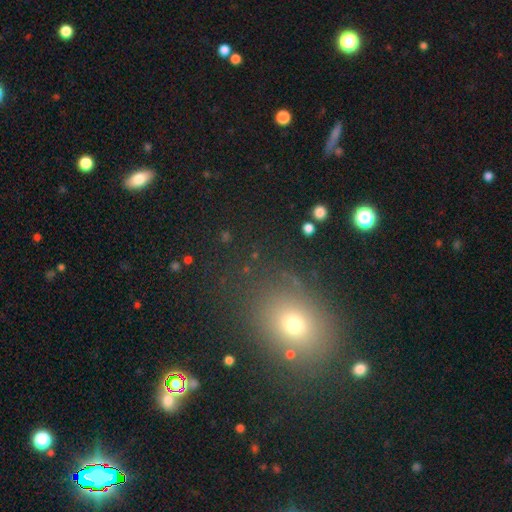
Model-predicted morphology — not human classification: smooth-or-featured: smooth: 57% | star or artifact: 32% | featured or disk: 12%
  how-rounded: in between: 50% | round: 48% | cigar-shaped: 2%
  merging: none: 81% | minor disturbance: 10% | major disturbance: 5% | merger: 4%